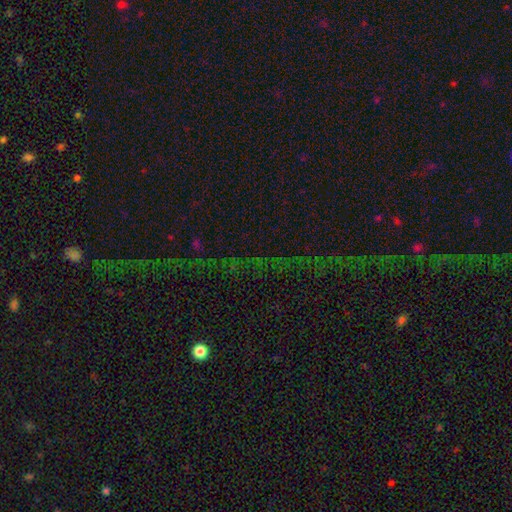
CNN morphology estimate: Smooth or featured?
  - star or artifact: 77% *
  - smooth: 12%
  - featured or disk: 11%